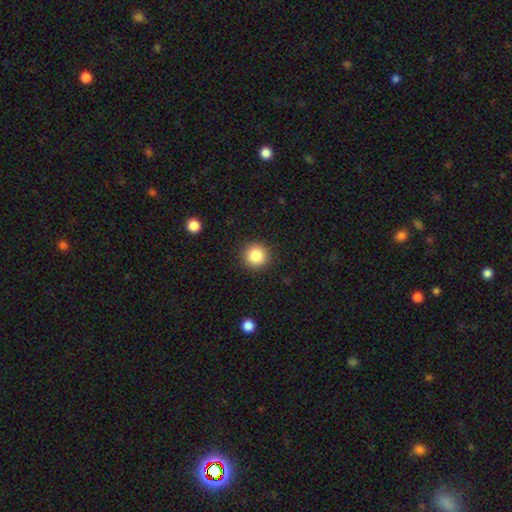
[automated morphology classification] A smooth galaxy with no disk features (86%) that is round (95%).

Vote fractions:
- Smooth or featured? smooth: 86% / star or artifact: 10% / featured or disk: 5%
- How rounded? round: 95% / in between: 4% / cigar-shaped: 1%
- Merging? none: 91% / minor disturbance: 6% / major disturbance: 2% / merger: 1%